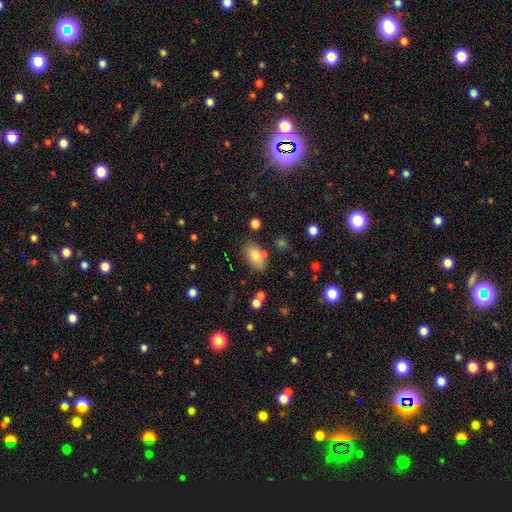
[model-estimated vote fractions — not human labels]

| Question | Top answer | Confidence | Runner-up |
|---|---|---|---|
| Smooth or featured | smooth | 81% | featured or disk (10%) |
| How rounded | in between | 89% | round (9%) |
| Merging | none | 74% | minor disturbance (15%) |